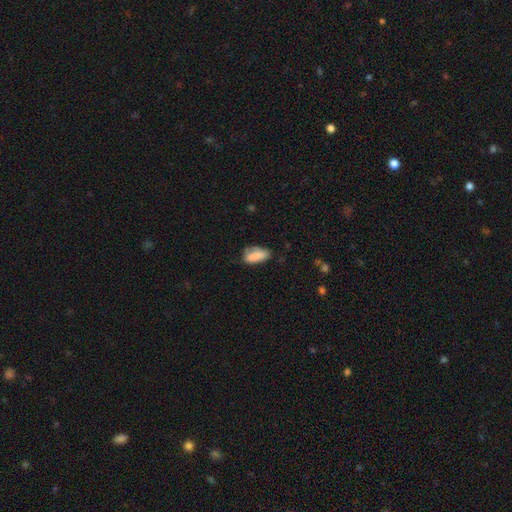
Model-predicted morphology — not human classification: This appears to be a smooth galaxy with no disk features (84%) that is in between round and cigar-shaped (85%). Merging: none (58%).